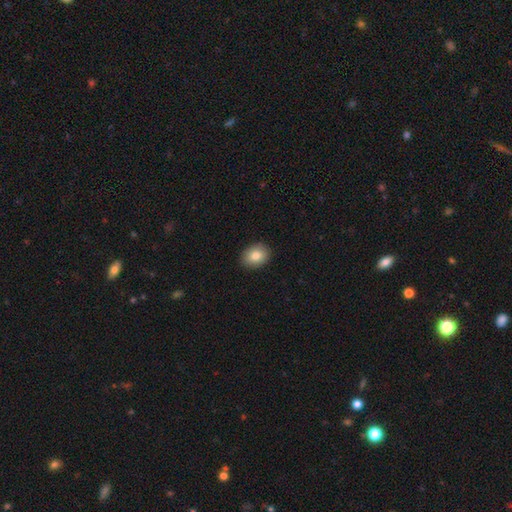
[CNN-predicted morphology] Overall: smooth (83%). How rounded: in between (67%; round 32%). Merging: none (90%).